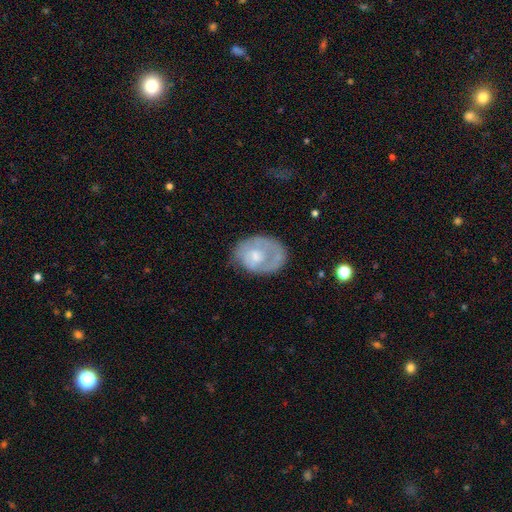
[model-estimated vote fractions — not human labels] This appears to be a featured or disk galaxy (51%). Merging: none (48%).